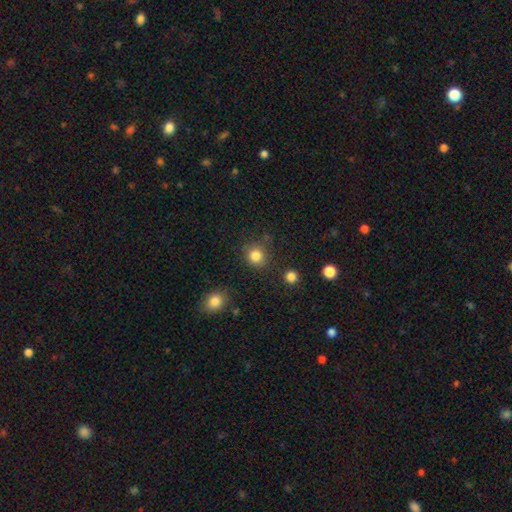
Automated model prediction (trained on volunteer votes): This appears to be a smooth galaxy with no disk features (84%) that is round (88%). Merging: none (82%).